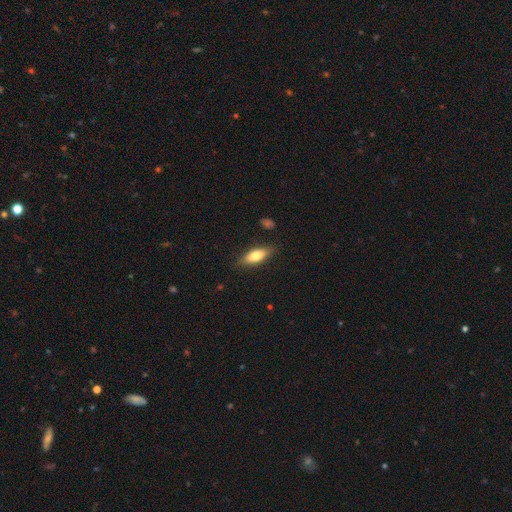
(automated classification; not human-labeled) The model was most divided on "how rounded": in between: 69%, cigar-shaped: 28%, round: 3%. More confident: merging — none (83%); smooth or featured — smooth (72%).